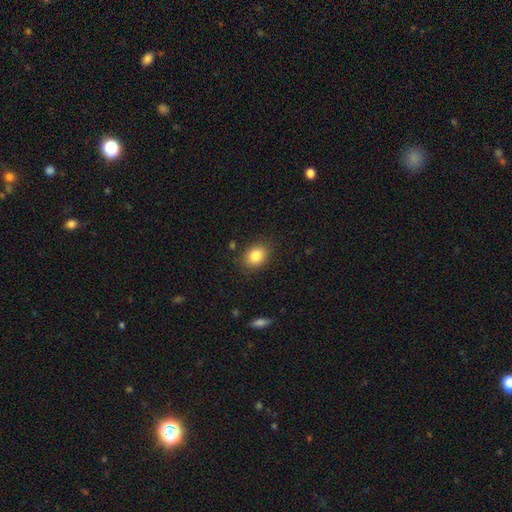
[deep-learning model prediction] Smooth or featured: smooth — 84% (star or artifact — 9%)
How rounded: in between — 60% (round — 39%)
Merging: none — 83% (minor disturbance — 12%)